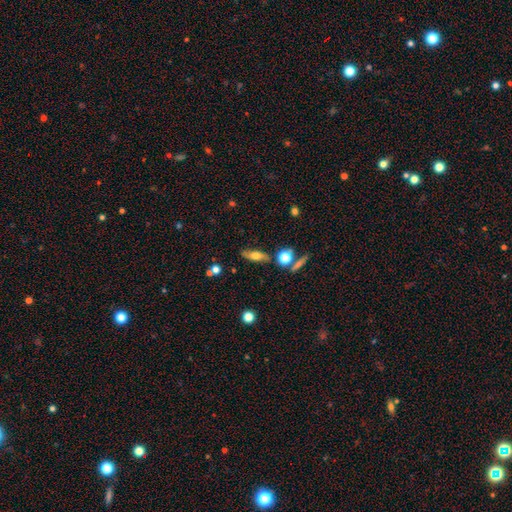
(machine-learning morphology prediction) A smooth galaxy with no disk features (53%) that is in between round and cigar-shaped (55%).

Vote fractions:
- Smooth or featured? smooth: 53% / featured or disk: 37% / star or artifact: 10%
- How rounded? in between: 55% / cigar-shaped: 39% / round: 6%
- Merging? none: 75% / minor disturbance: 15% / merger: 6% / major disturbance: 4%